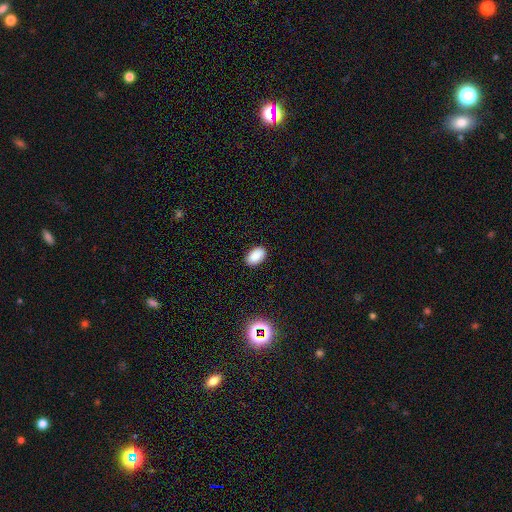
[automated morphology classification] A smooth galaxy with no disk features (87%) that is in between round and cigar-shaped (93%). Merging: none (89%).